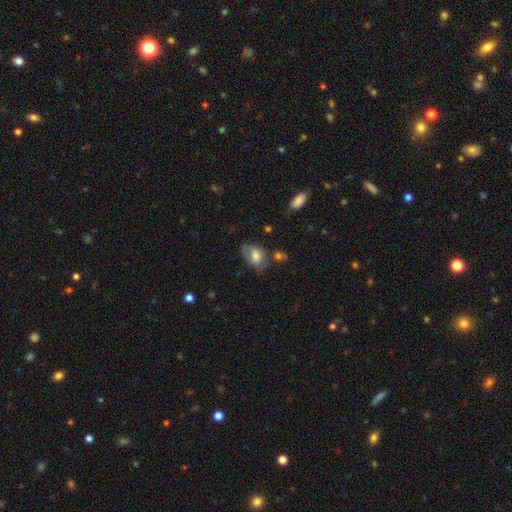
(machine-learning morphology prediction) smooth-or-featured: smooth: 55% | featured or disk: 37% | star or artifact: 8%
  how-rounded: in between: 79% | round: 19% | cigar-shaped: 1%
  merging: none: 43% | minor disturbance: 28% | major disturbance: 20% | merger: 9%